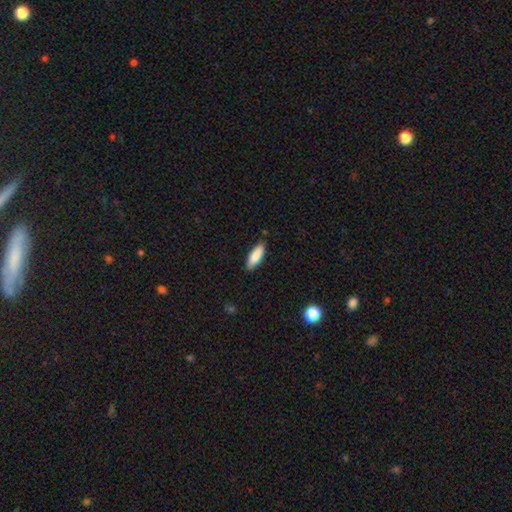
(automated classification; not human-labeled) Overall: smooth (86%). How rounded: in between (62%; cigar-shaped 36%). Merging: none (85%).